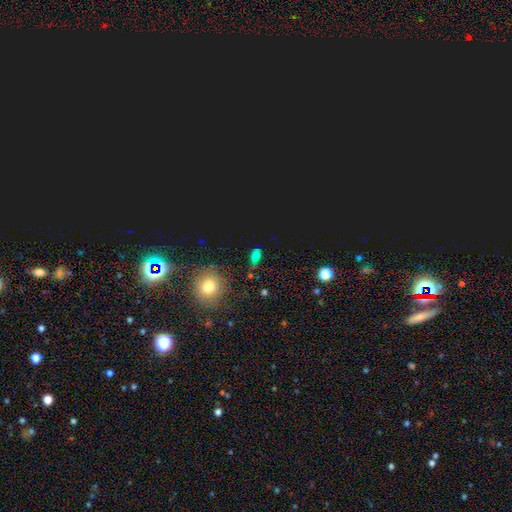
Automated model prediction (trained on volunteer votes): A smooth galaxy with no disk features (58%) that is in between round and cigar-shaped (74%). Merging: none (74%).